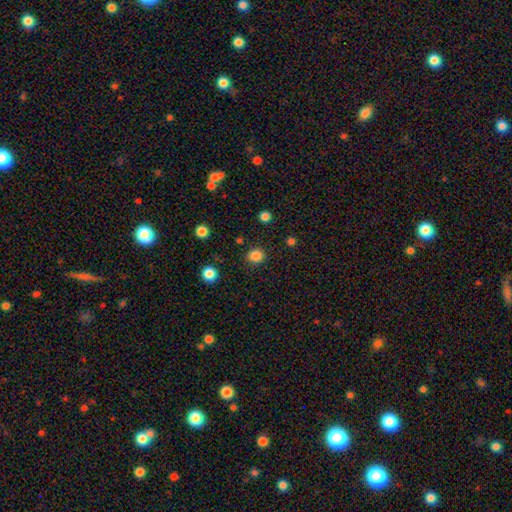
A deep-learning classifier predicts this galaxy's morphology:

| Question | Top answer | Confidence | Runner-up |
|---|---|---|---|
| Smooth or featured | smooth | 84% | star or artifact (13%) |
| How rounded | round | 87% | in between (12%) |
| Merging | none | 89% | minor disturbance (7%) |